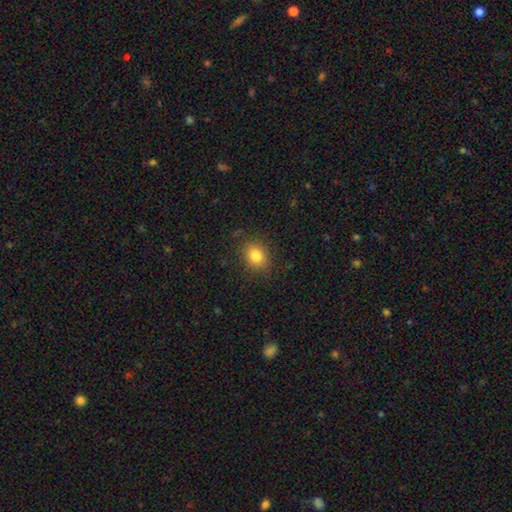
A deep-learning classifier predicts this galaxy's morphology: Smooth or featured? Predicted: smooth (p=0.81). How rounded? Predicted: round (p=0.51). Merging? Predicted: none (p=0.84).